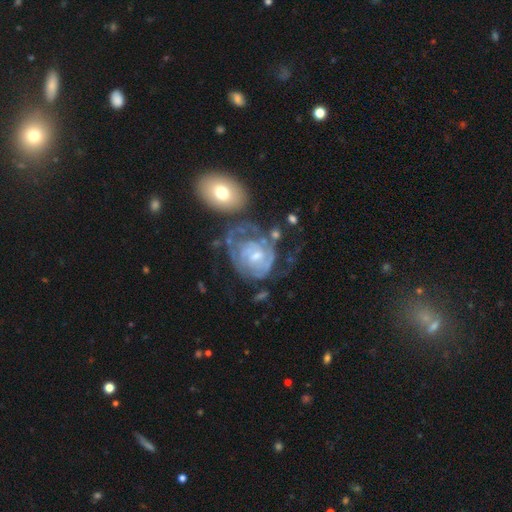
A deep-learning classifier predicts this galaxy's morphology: type=featured or disk (75%); edge-on=no (97%); bar=no (59%); spiral arms=yes (75%); winding=tight (63%); arm count=can't tell (51%); bulge=small (50%); merging=none (33%).